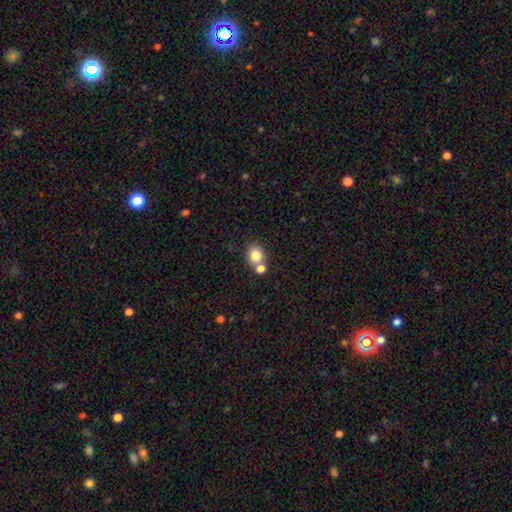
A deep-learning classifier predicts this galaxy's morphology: Smooth or featured?
  - smooth: 81% *
  - star or artifact: 10%
  - featured or disk: 9%
How rounded?
  - round: 63% *
  - in between: 36%
  - cigar-shaped: 1%
Merging?
  - none: 55% *
  - merger: 34%
  - minor disturbance: 9%
  - major disturbance: 3%